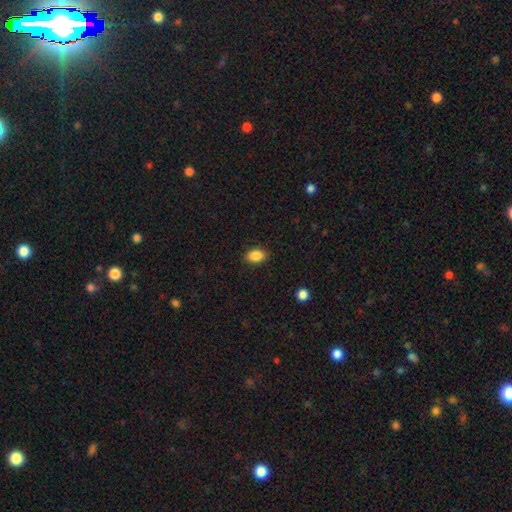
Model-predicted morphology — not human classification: Smooth or featured?
  - smooth: 88% *
  - star or artifact: 8%
  - featured or disk: 4%
How rounded?
  - in between: 85% *
  - round: 13%
  - cigar-shaped: 1%
Merging?
  - none: 89% *
  - minor disturbance: 8%
  - major disturbance: 2%
  - merger: 1%